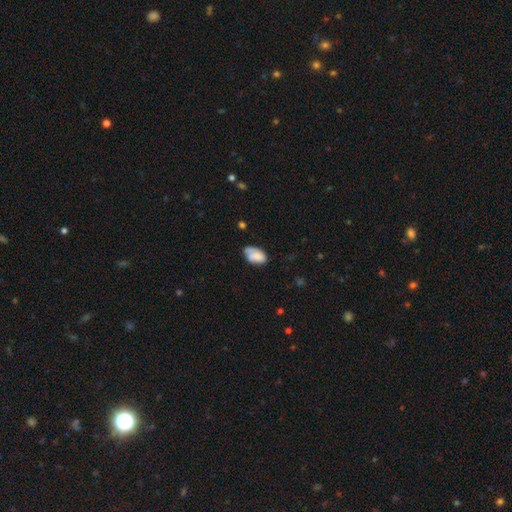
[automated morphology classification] Smooth or featured? smooth (73%)
How rounded? in between (91%)
Merging? none (50%)